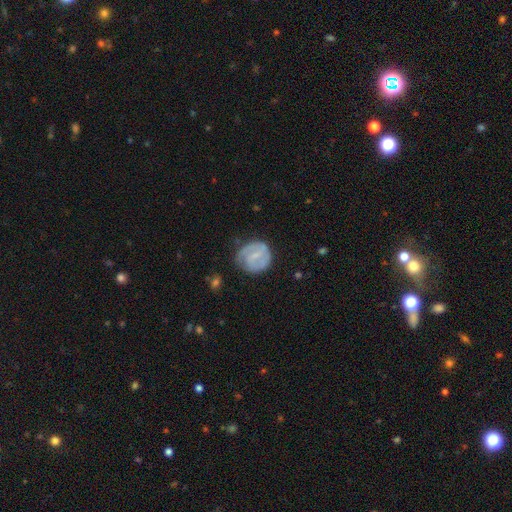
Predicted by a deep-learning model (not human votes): Q: Smooth or featured?
A: featured or disk (56%); runner-up: smooth (38%)
Q: Edge-on disk?
A: no (98%); runner-up: yes (2%)
Q: Bar?
A: weak (54%); runner-up: no (28%)
Q: Spiral arms?
A: yes (77%); runner-up: no (23%)
Q: Bulge size?
A: small (57%); runner-up: none (23%)
Q: Merging?
A: none (63%); runner-up: minor disturbance (25%)